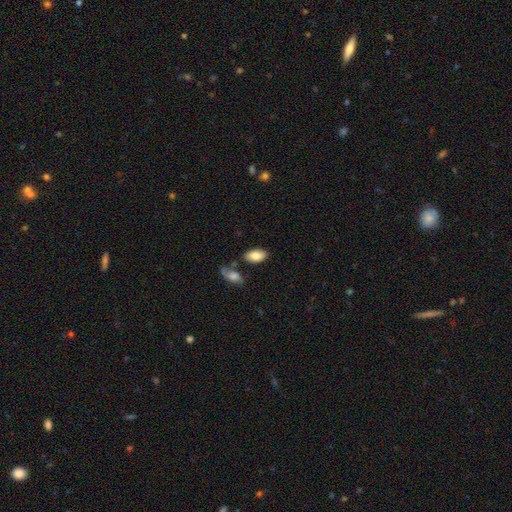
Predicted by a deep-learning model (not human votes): Smooth or featured?
  - smooth: 84% *
  - featured or disk: 9%
  - star or artifact: 7%
How rounded?
  - in between: 94% *
  - round: 4%
  - cigar-shaped: 2%
Merging?
  - none: 76% *
  - minor disturbance: 13%
  - merger: 7%
  - major disturbance: 4%